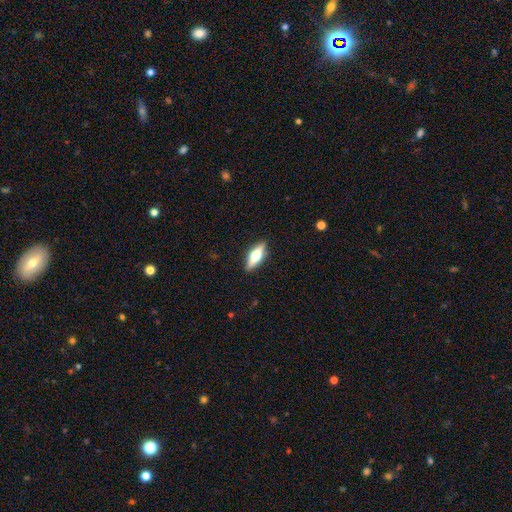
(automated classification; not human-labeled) This is possibly a featured or disk galaxy (59%). It is clearly viewed edge-on (95%). Edge-on bulge: clearly rounded (94%). Merging: clearly none (89%).